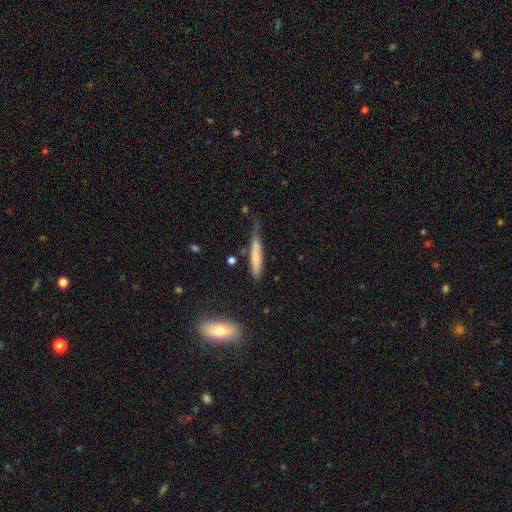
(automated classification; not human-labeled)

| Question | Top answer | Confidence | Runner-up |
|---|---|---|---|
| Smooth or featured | smooth | 69% | featured or disk (24%) |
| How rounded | cigar-shaped | 92% | in between (6%) |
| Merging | none | 52% | minor disturbance (33%) |